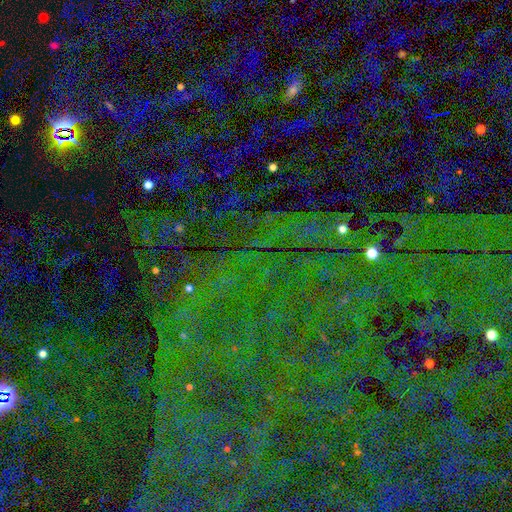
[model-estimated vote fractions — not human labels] A star or artifact, not a galaxy (84%).

Vote fractions:
- Smooth or featured? star or artifact: 84% / smooth: 9% / featured or disk: 7%